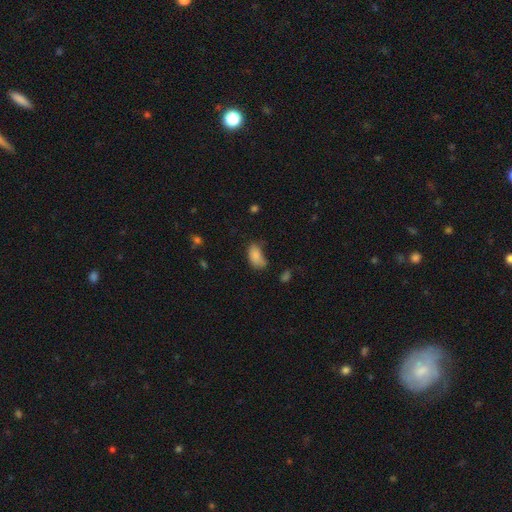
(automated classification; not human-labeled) Q: Smooth or featured?
A: smooth (84%); runner-up: star or artifact (9%)
Q: How rounded?
A: in between (92%); runner-up: round (5%)
Q: Merging?
A: none (50%); runner-up: minor disturbance (33%)